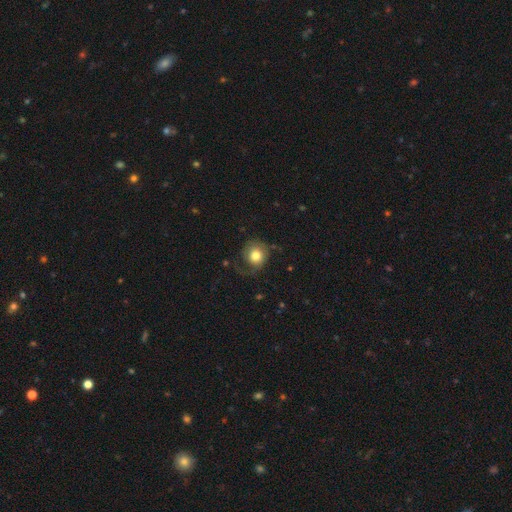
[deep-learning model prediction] Q: Smooth or featured?
A: smooth (69%); runner-up: featured or disk (23%)
Q: How rounded?
A: round (82%); runner-up: in between (17%)
Q: Merging?
A: none (53%); runner-up: major disturbance (23%)